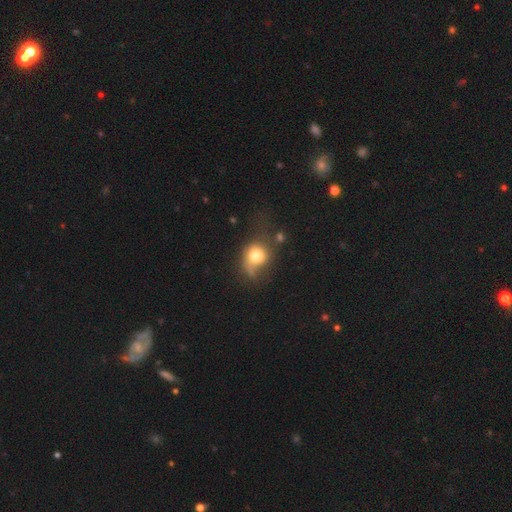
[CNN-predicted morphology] smooth_or_featured: smooth (p=0.70) [alt: featured or disk p=0.20]
how_rounded: round (p=0.63) [alt: in between p=0.36]
merging: major disturbance (p=0.32) [alt: none p=0.31]